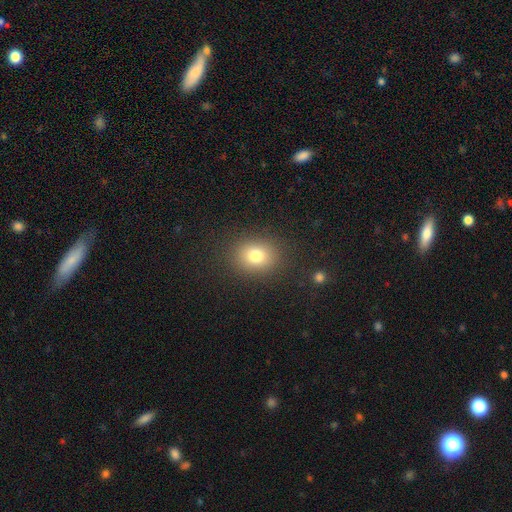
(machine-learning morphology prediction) This appears to be a smooth galaxy with no disk features (79%) that is round (57%). Merging: none (86%).